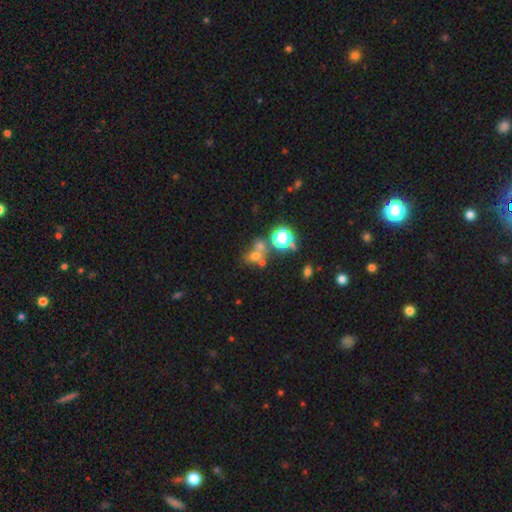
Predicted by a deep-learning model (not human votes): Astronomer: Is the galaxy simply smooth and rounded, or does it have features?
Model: smooth — 56%.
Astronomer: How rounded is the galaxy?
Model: round — 66%.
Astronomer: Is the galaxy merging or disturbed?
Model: none — 42% (runner-up: merger, 40%).